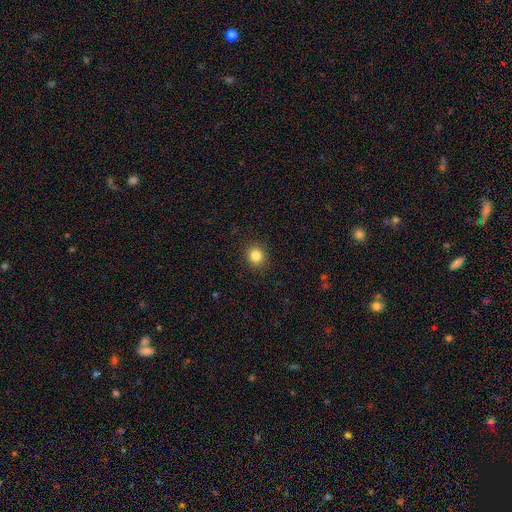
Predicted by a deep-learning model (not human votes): Smooth or featured? smooth (84%)
How rounded? round (87%)
Merging? none (91%)